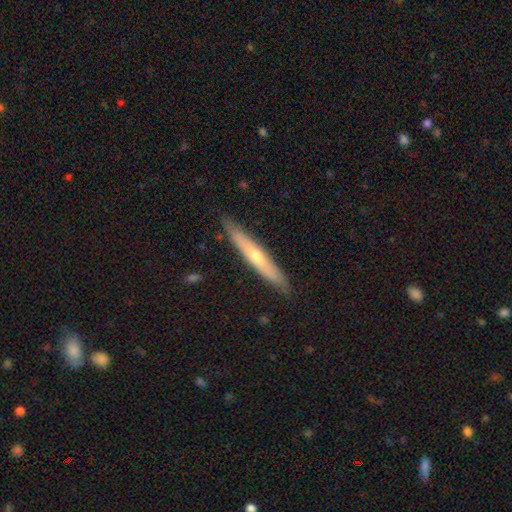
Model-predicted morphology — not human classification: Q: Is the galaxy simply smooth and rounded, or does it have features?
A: featured or disk — 54%.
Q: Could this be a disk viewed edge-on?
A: yes — 88%.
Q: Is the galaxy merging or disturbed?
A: none — 87%.